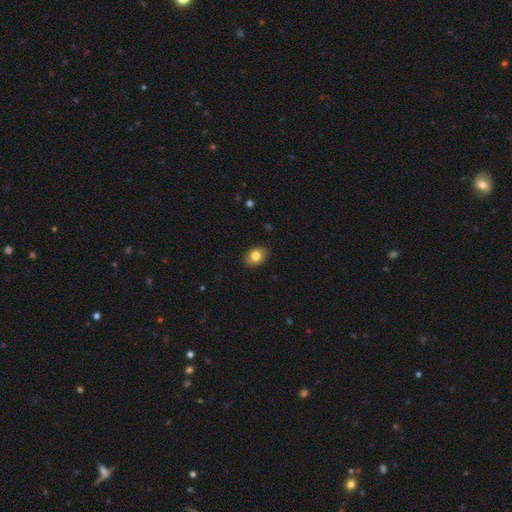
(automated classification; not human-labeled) Smooth or featured? smooth (81%)
How rounded? in between (70%)
Merging? none (89%)